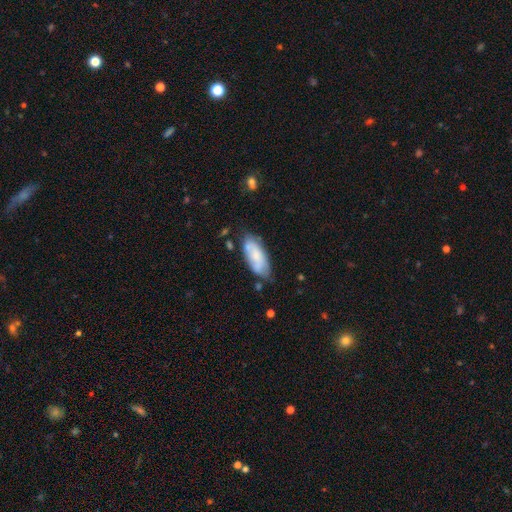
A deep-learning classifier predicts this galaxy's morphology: Overall: smooth (66%; featured or disk 27%). How rounded: in between (81%). Merging: none (61%; minor disturbance 27%).